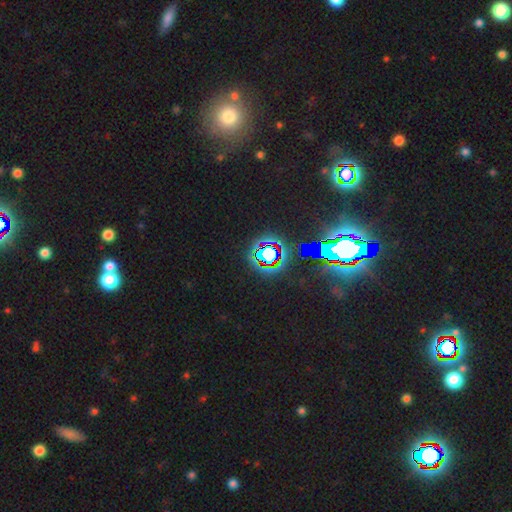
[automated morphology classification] A star or artifact, not a galaxy (81%).